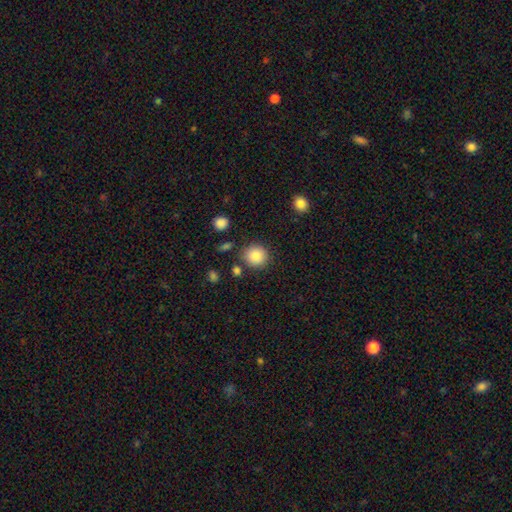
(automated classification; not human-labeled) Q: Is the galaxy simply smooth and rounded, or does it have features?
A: smooth — 85%.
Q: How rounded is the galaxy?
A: round — 88%.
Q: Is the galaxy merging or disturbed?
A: none — 83%.